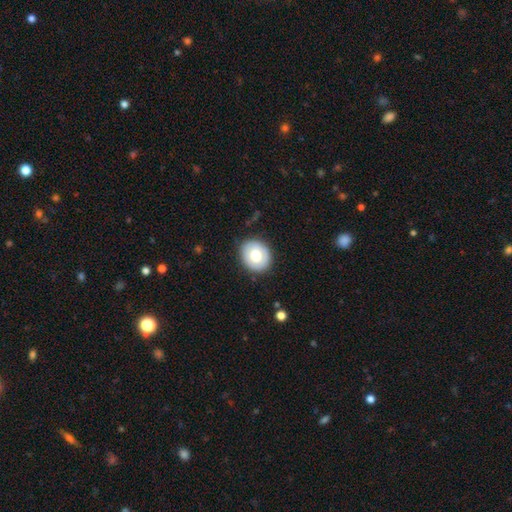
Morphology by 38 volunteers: Volunteers were most divided on "how rounded": round: 62%, in between: 38%, cigar-shaped: 0%. More confident: merging — none (83%); smooth or featured — smooth (68%).